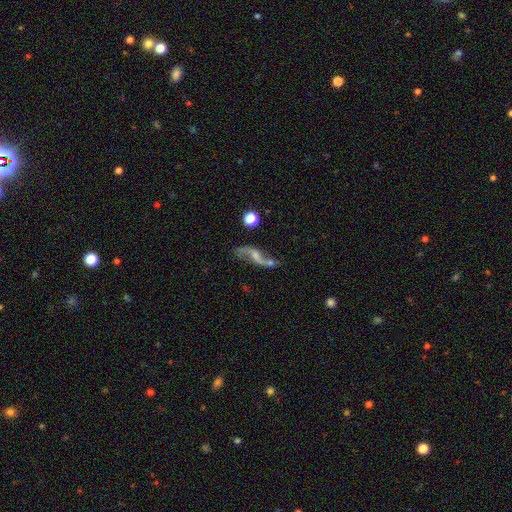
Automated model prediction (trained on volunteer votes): Smooth or featured? featured or disk (82%)
Edge-on disk? no (91%)
Bar? no (48%)
Spiral arms? yes (92%)
Spiral winding? loose (90%)
Spiral arm count? 2 (91%)
Bulge size? small (46%)
Merging? none (57%)